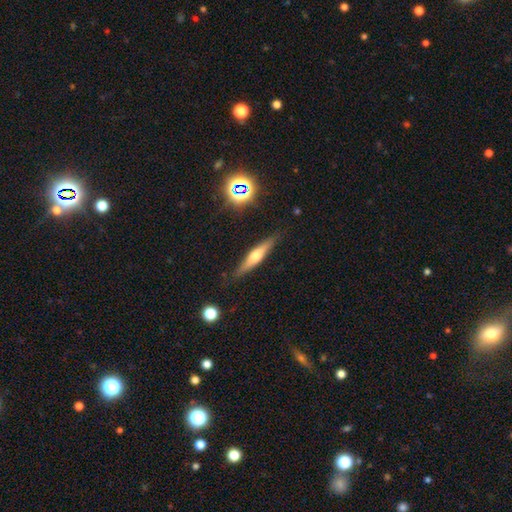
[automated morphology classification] The model was most divided on "smooth or featured": featured or disk: 52%, smooth: 41%, star or artifact: 8%. More confident: edge-on disk — yes (93%); merging — none (86%).